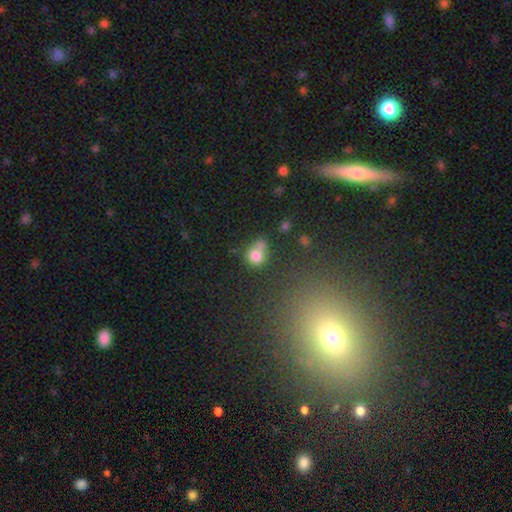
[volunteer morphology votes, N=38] A smooth galaxy with no disk features (87%) that is round (79%).

Vote fractions:
- Smooth or featured? smooth: 87% / featured or disk: 8% / star or artifact: 5%
- How rounded? round: 79% / in between: 21% / cigar-shaped: 0%
- Merging? none: 44% / major disturbance: 22% / merger: 22% / minor disturbance: 11%